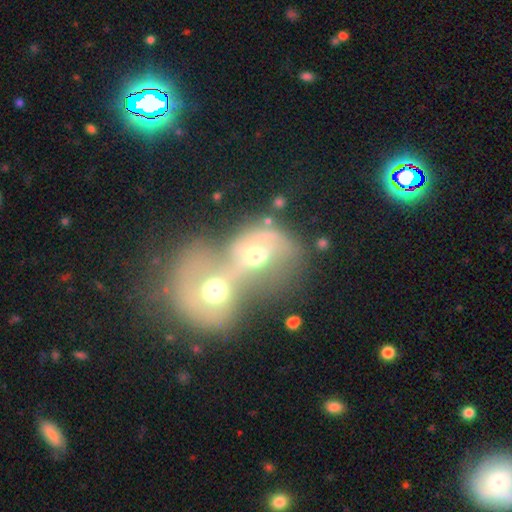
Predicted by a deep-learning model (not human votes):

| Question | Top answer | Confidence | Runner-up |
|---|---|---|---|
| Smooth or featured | featured or disk | 47% | smooth (39%) |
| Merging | merger | 83% | none (7%) |